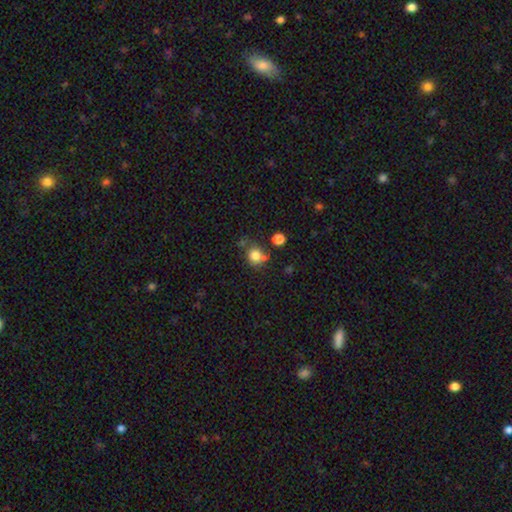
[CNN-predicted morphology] Smooth or featured?
  - smooth: 80% *
  - star or artifact: 12%
  - featured or disk: 8%
How rounded?
  - round: 83% *
  - in between: 16%
  - cigar-shaped: 1%
Merging?
  - none: 66% *
  - merger: 16%
  - minor disturbance: 13%
  - major disturbance: 5%